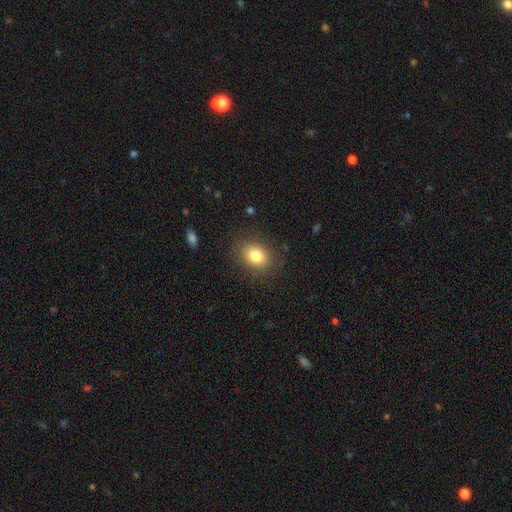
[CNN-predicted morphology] type=smooth (81%); roundness=in between (62%); merging=none (84%).